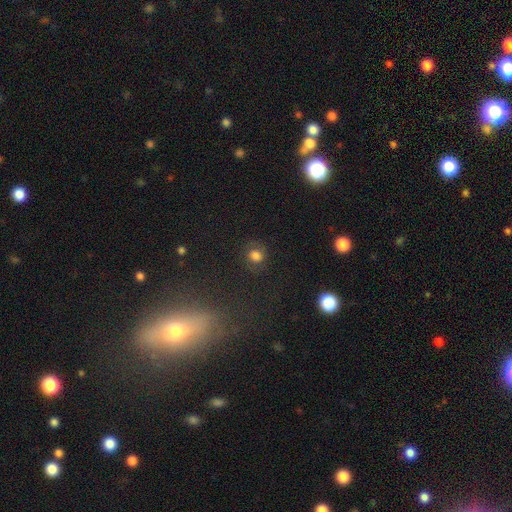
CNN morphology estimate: smooth 71%, star or artifact 16%, featured or disk 13%. Down the decision tree: how rounded — round (79%); merging — none (76%).